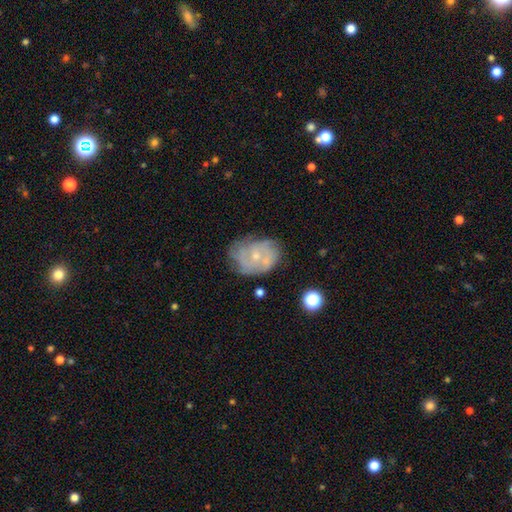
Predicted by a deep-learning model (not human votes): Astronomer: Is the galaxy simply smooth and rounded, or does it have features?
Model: featured or disk — 68%.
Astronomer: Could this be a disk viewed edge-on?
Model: no — 97%.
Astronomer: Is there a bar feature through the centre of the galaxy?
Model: no — 78%.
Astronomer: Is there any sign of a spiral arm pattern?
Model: yes — 70%.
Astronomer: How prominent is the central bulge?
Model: small — 69%.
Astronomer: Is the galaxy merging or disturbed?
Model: none — 56%.